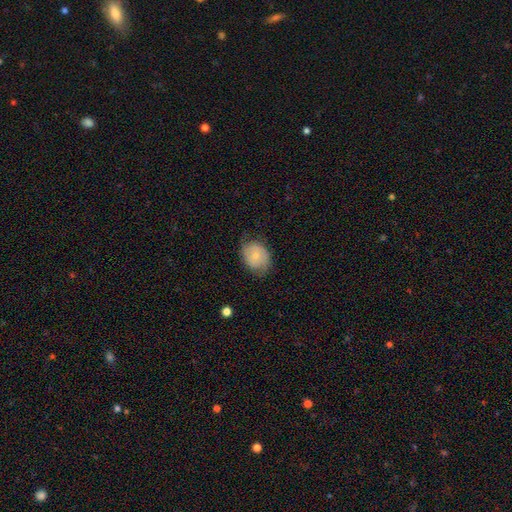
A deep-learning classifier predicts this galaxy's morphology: A smooth galaxy with no disk features (59%) that is in between round and cigar-shaped (51%).

Vote fractions:
- Smooth or featured? smooth: 59% / featured or disk: 34% / star or artifact: 7%
- How rounded? in between: 51% / round: 48% / cigar-shaped: 1%
- Merging? none: 62% / minor disturbance: 29% / major disturbance: 9% / merger: 1%